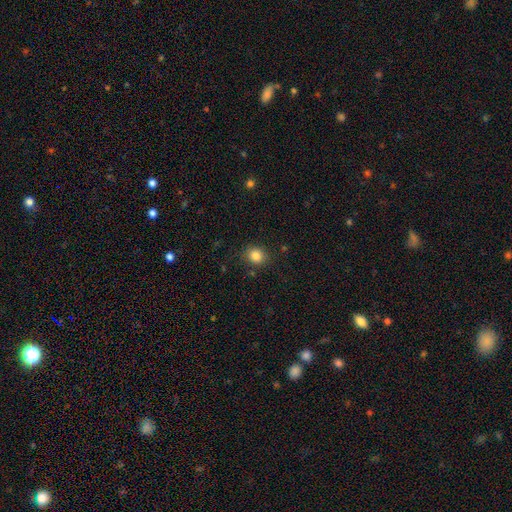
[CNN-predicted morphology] smooth_or_featured: smooth (p=0.85) [alt: star or artifact p=0.11]
how_rounded: round (p=0.76) [alt: in between p=0.23]
merging: none (p=0.85) [alt: minor disturbance p=0.10]